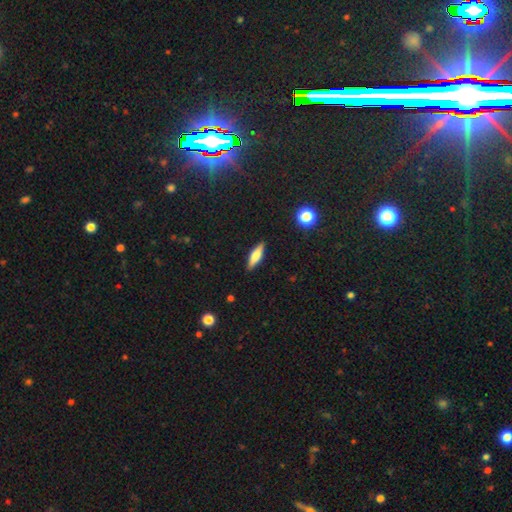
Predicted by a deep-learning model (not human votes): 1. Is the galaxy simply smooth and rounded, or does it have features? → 55% smooth, 38% featured or disk, 7% star or artifact.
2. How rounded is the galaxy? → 63% cigar-shaped, 34% in between, 3% round.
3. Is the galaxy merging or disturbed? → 89% none, 8% minor disturbance, 2% major disturbance, 1% merger.